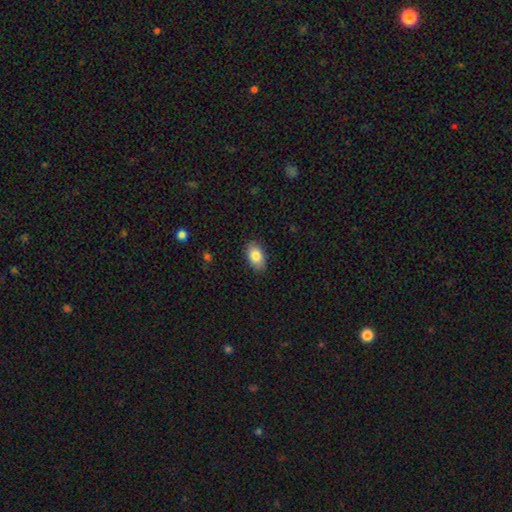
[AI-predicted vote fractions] Smooth or featured: smooth — 85% (featured or disk — 8%)
How rounded: in between — 91% (round — 8%)
Merging: none — 86% (minor disturbance — 11%)